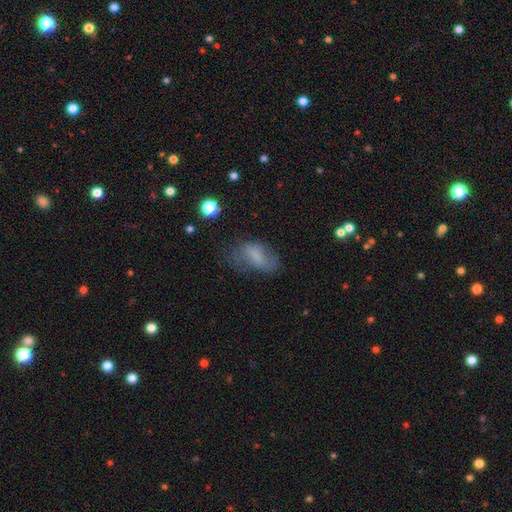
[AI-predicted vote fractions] Overall: smooth (62%; featured or disk 27%). How rounded: in between (88%). Merging: none (50%; minor disturbance 28%).